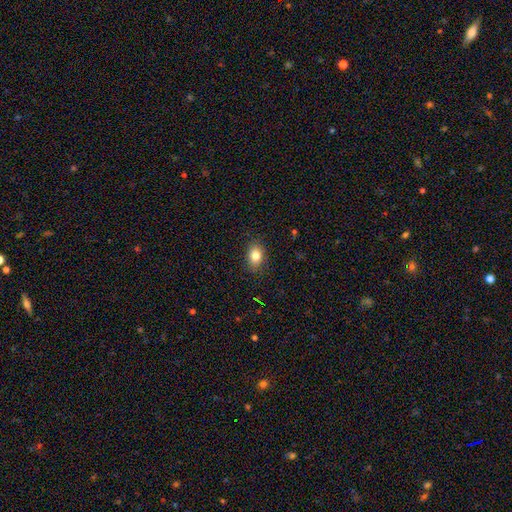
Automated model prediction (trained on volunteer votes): smooth-or-featured: smooth: 82% | star or artifact: 10% | featured or disk: 9%
  how-rounded: in between: 78% | round: 21% | cigar-shaped: 1%
  merging: none: 86% | minor disturbance: 10% | major disturbance: 3% | merger: 1%